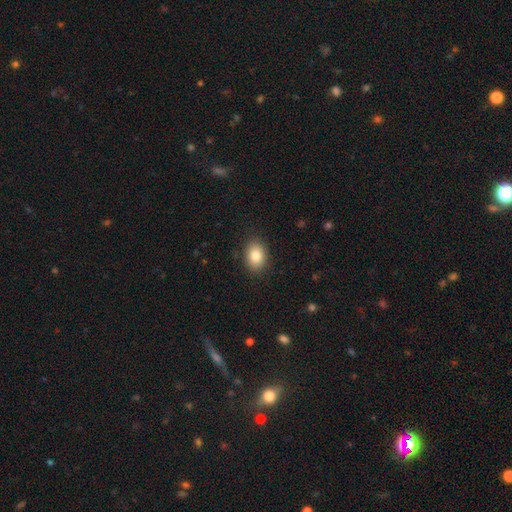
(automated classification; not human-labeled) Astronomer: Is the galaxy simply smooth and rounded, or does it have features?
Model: smooth — 84%.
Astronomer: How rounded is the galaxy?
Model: in between — 74%.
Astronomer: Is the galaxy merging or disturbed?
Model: none — 88%.